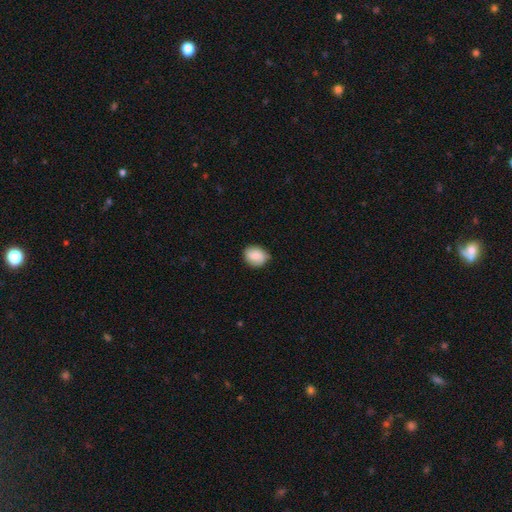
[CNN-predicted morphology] Smooth or featured?
  - smooth: 84% *
  - featured or disk: 9%
  - star or artifact: 7%
How rounded?
  - round: 60% *
  - in between: 39%
  - cigar-shaped: 1%
Merging?
  - none: 76% *
  - minor disturbance: 19%
  - major disturbance: 3%
  - merger: 1%